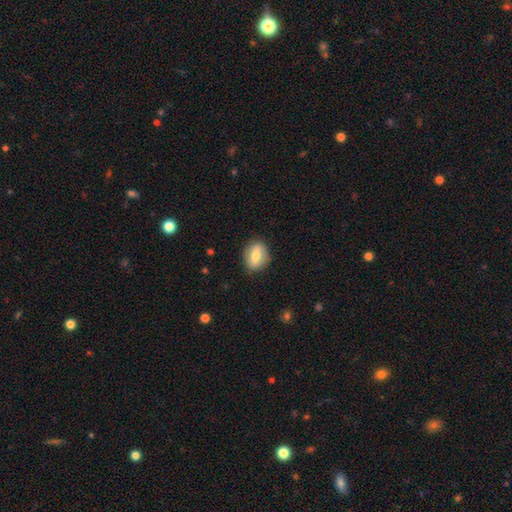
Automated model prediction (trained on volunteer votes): Q: Smooth or featured?
A: smooth (63%); runner-up: featured or disk (30%)
Q: How rounded?
A: in between (54%); runner-up: round (44%)
Q: Merging?
A: none (85%); runner-up: minor disturbance (11%)